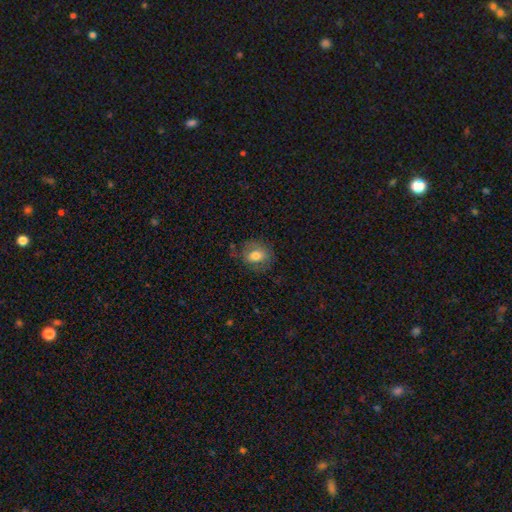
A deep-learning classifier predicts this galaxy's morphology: This is likely a smooth galaxy (72%). How rounded: possibly in between (53%). Merging: likely none (68%).